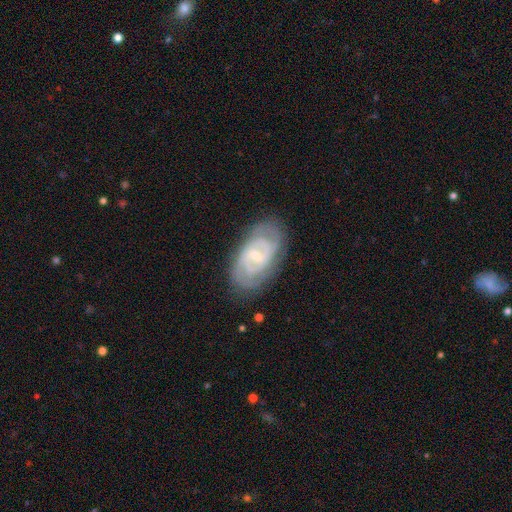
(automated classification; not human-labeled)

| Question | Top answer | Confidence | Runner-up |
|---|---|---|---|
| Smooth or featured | featured or disk | 85% | smooth (9%) |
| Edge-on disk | no | 96% | yes (4%) |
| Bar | weak | 55% | no (26%) |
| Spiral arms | yes | 96% | no (4%) |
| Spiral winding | tight | 62% | medium (32%) |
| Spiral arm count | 2 | 57% | can't tell (19%) |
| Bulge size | small | 64% | moderate (30%) |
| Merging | none | 80% | minor disturbance (15%) |